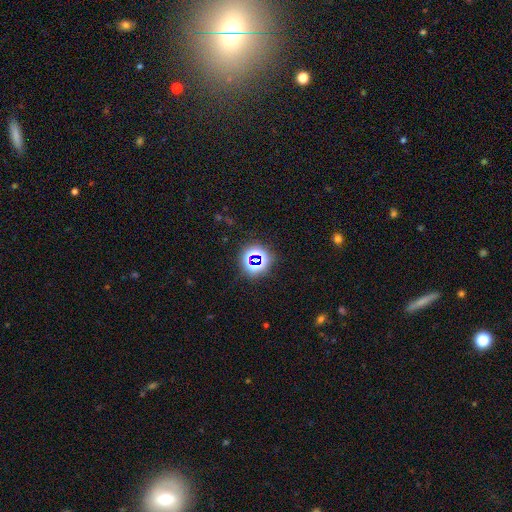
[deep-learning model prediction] Smooth or featured?
  - star or artifact: 72% *
  - smooth: 19%
  - featured or disk: 9%